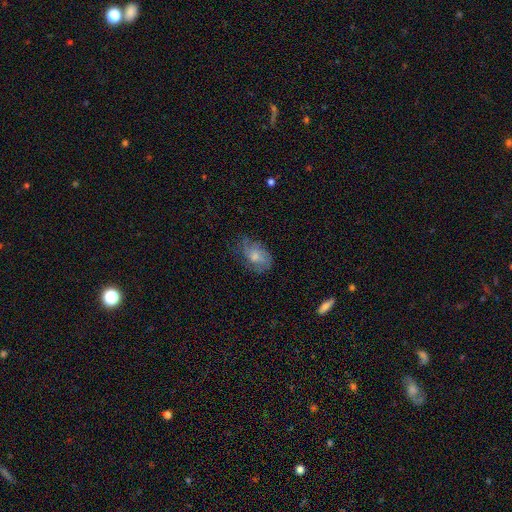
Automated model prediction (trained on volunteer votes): This is possibly a smooth galaxy (49%). Merging: possibly none (53%).